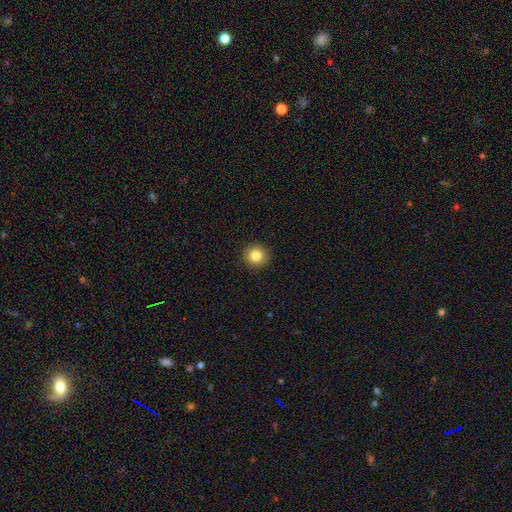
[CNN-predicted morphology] Overall: smooth (84%). How rounded: round (93%). Merging: none (92%).